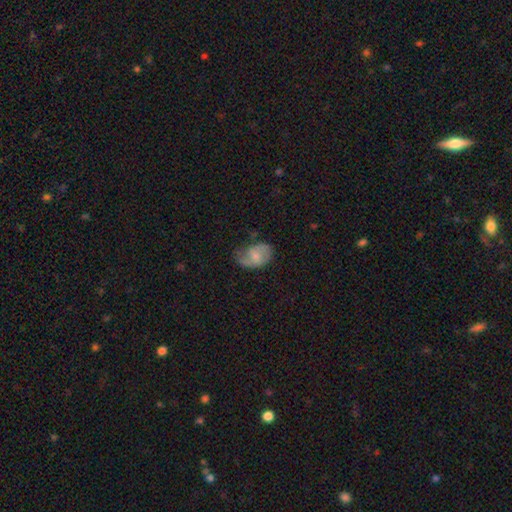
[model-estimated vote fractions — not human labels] Smooth or featured? featured or disk (57%)
Edge-on disk? no (97%)
Bar? no (56%)
Spiral arms? yes (86%)
Bulge size? small (47%)
Merging? none (50%)